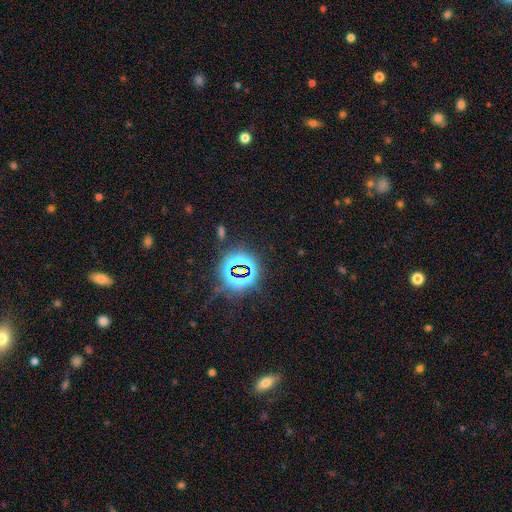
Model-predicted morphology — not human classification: type=star or artifact (80%).